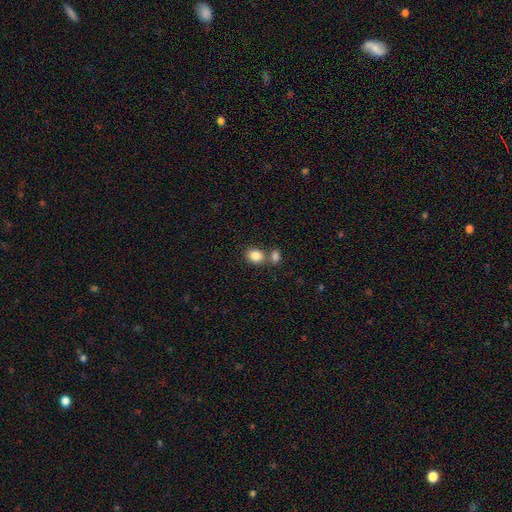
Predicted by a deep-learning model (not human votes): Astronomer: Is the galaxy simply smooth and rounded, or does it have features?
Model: smooth — 85%.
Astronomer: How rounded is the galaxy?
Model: in between — 61% (runner-up: round, 38%).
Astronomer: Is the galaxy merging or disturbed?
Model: none — 52% (runner-up: merger, 36%).